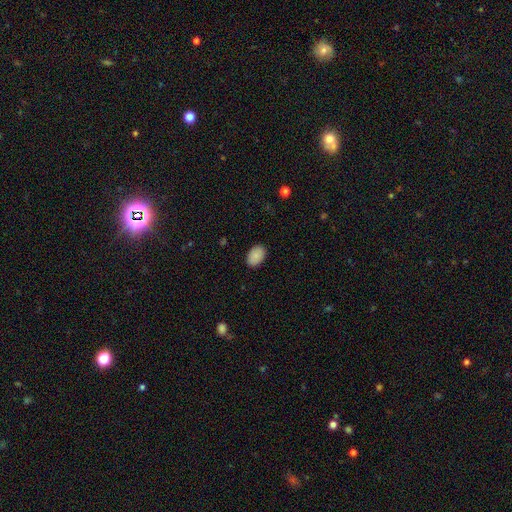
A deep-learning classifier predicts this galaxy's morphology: The model was most divided on "how rounded": in between: 88%, round: 11%, cigar-shaped: 1%. More confident: smooth or featured — smooth (89%); merging — none (88%).